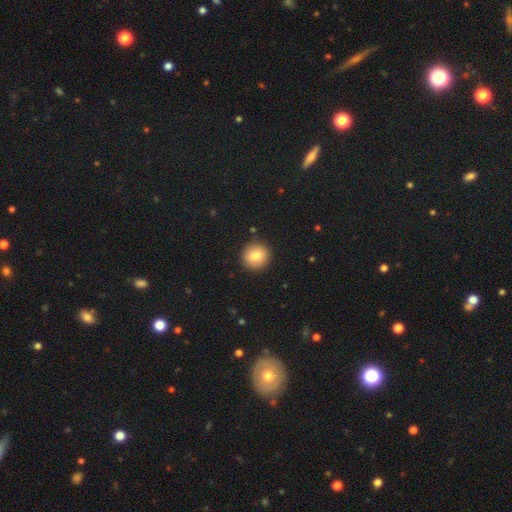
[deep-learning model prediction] smooth-or-featured: smooth: 84% | star or artifact: 9% | featured or disk: 8%
  how-rounded: round: 93% | in between: 6% | cigar-shaped: 1%
  merging: none: 91% | minor disturbance: 6% | major disturbance: 2% | merger: 1%